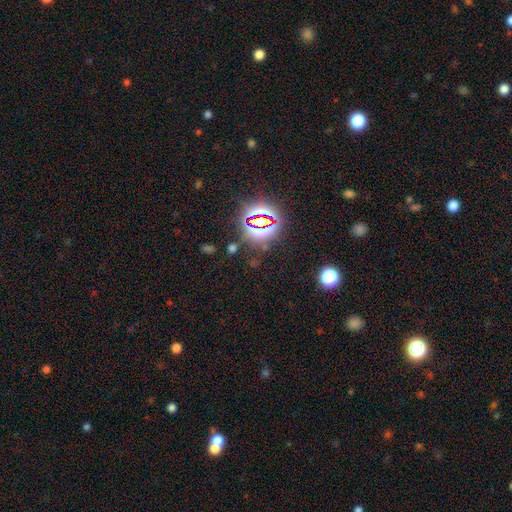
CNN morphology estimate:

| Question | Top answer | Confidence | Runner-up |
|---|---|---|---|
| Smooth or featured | star or artifact | 79% | smooth (14%) |